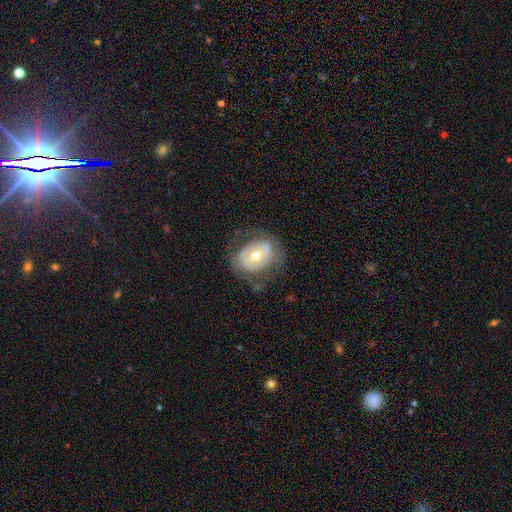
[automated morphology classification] smooth-or-featured: featured or disk: 56% | smooth: 37% | star or artifact: 7%
  disk-edge-on: no: 94% | yes: 6%
    bar: no: 60% | weak: 26% | strong: 15%
    has-spiral-arms: no: 70% | yes: 30%
    bulge-size: moderate: 72% | small: 21% | large: 5% | dominant: 1% | none: 1%
  merging: none: 66% | minor disturbance: 19% | major disturbance: 14% | merger: 1%